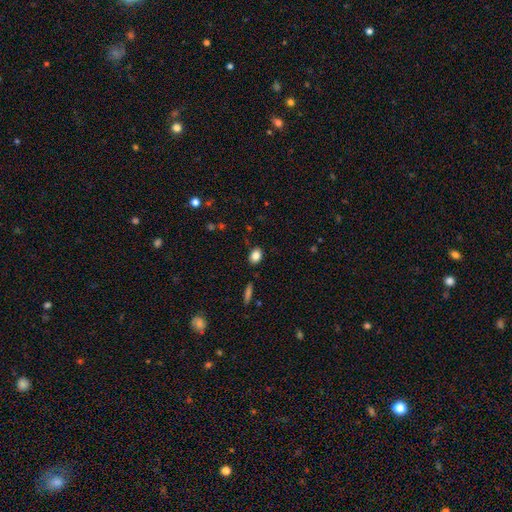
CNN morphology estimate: Smooth or featured?
  - smooth: 84% *
  - star or artifact: 9%
  - featured or disk: 7%
How rounded?
  - in between: 73% *
  - round: 26%
  - cigar-shaped: 2%
Merging?
  - none: 85% *
  - minor disturbance: 11%
  - major disturbance: 2%
  - merger: 2%